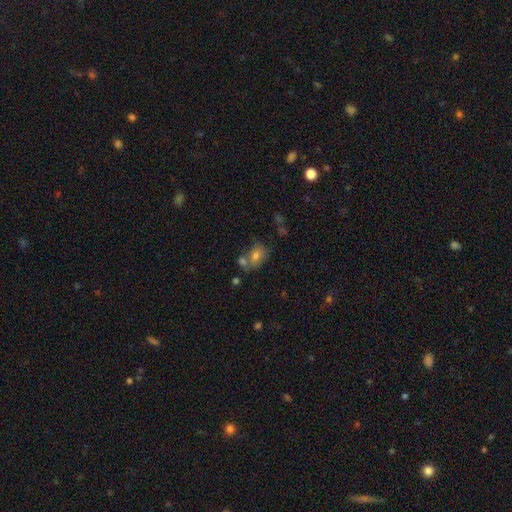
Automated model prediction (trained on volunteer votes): Overall: smooth (69%). How rounded: in between (66%; round 33%). Merging: none (49%; merger 31%).